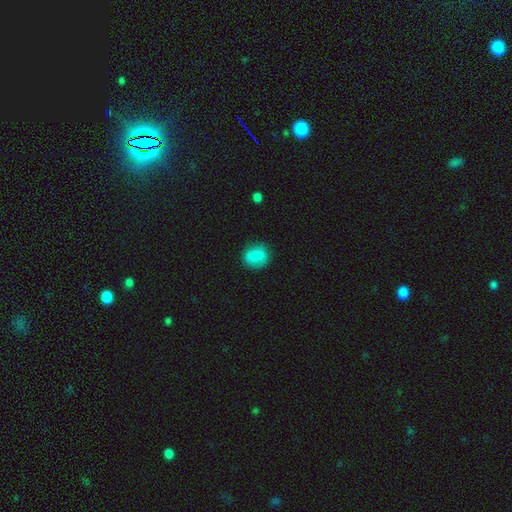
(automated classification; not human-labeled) smooth-or-featured: smooth: 84% | star or artifact: 9% | featured or disk: 7%
  how-rounded: round: 63% | in between: 36% | cigar-shaped: 1%
  merging: none: 76% | minor disturbance: 18% | major disturbance: 5% | merger: 2%